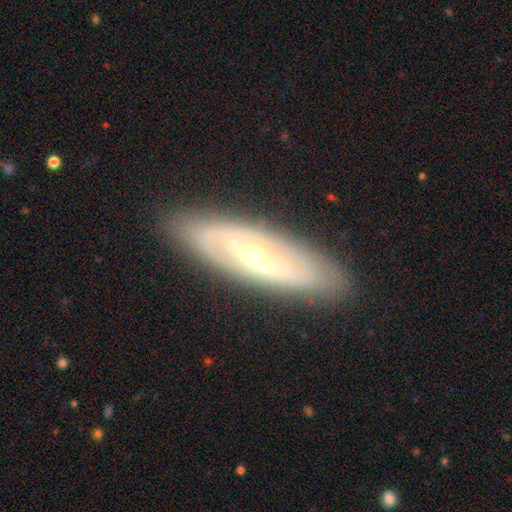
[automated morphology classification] This is likely a featured or disk galaxy (73%). It is likely not viewed edge-on (76%). Bar: possibly no (50%). Spiral arm pattern: possibly yes (59%). Central bulge: possibly moderate (51%). Merging: clearly none (87%).